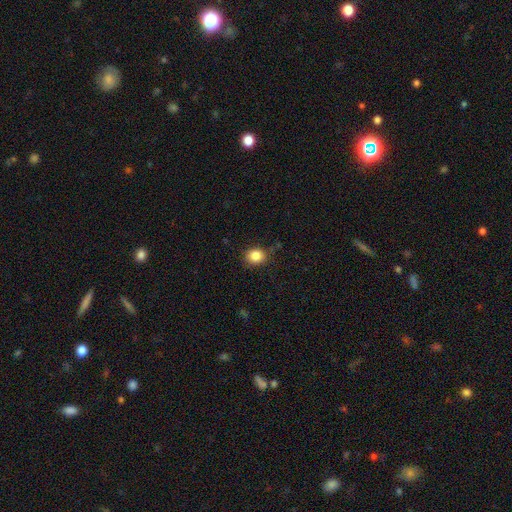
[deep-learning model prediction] Smooth or featured? Predicted: smooth (p=0.85). How rounded? Predicted: round (p=0.70). Merging? Predicted: none (p=0.83).